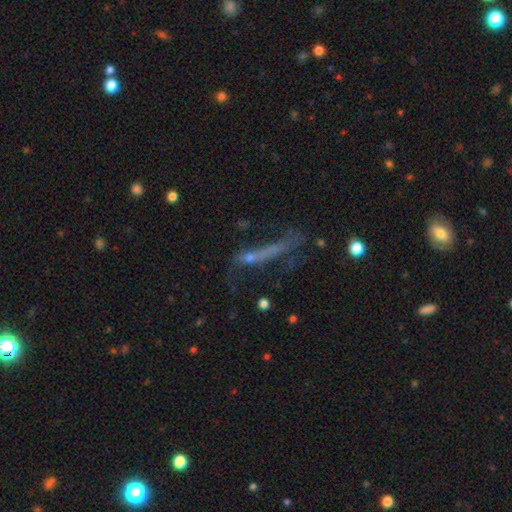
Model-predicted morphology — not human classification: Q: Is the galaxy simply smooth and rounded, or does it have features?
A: featured or disk — 45%.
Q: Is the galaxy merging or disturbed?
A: none — 39%.